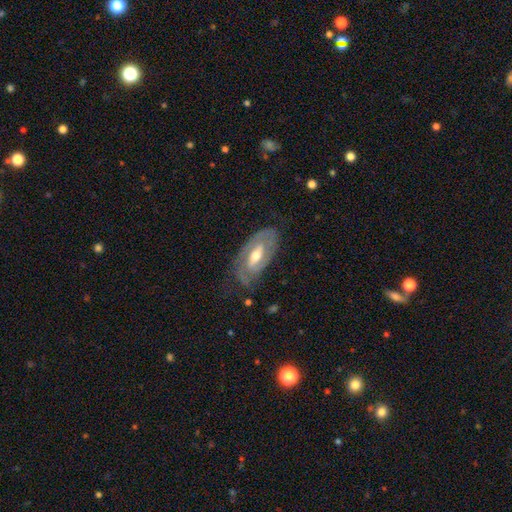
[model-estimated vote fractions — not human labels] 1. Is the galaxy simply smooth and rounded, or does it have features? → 80% featured or disk, 15% smooth, 6% star or artifact.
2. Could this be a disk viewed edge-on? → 91% no, 9% yes.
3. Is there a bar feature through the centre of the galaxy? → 44% weak, 32% no, 24% strong.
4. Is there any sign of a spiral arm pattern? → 84% yes, 16% no.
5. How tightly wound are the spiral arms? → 56% tight, 33% medium, 11% loose.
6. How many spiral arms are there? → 62% 2, 23% can't tell, 8% 1, 4% 3, 2% 4, 1% more than 4.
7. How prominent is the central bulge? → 69% moderate, 24% small, 5% large, 1% none, 1% dominant.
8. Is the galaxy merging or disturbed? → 70% none, 21% minor disturbance, 8% major disturbance, 1% merger.